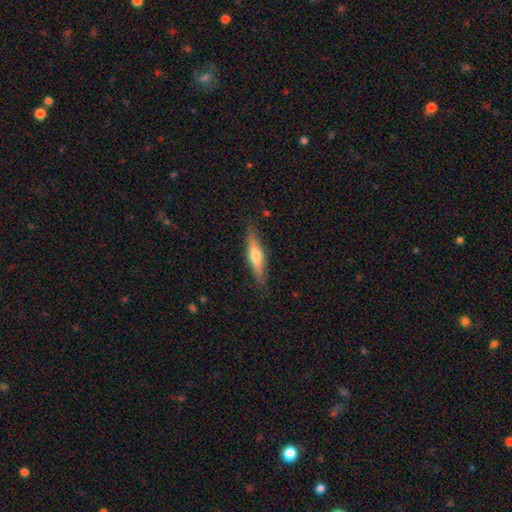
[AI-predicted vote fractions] Overall: smooth (51%; featured or disk 43%). How rounded: cigar-shaped (78%). Merging: none (84%).